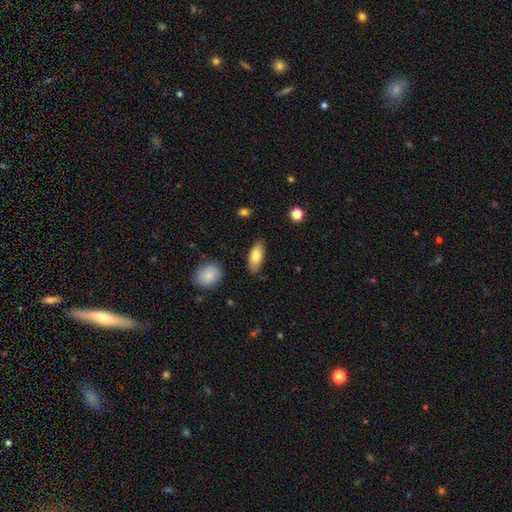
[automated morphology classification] smooth 80%, featured or disk 14%, star or artifact 6%. Down the decision tree: how rounded — in between (84%); merging — none (84%).